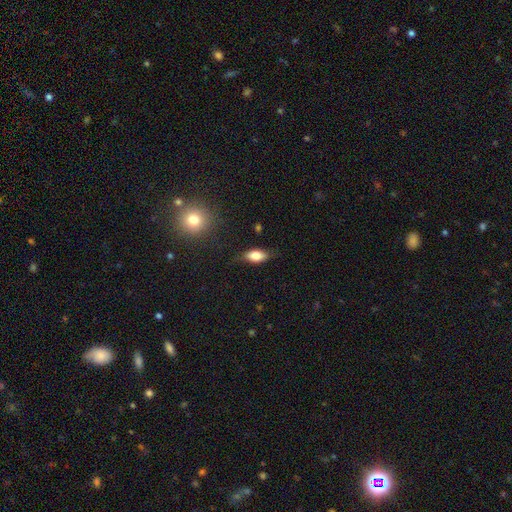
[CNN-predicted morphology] This is likely a smooth galaxy (78%). How rounded: clearly in between (87%). Merging: likely none (76%).